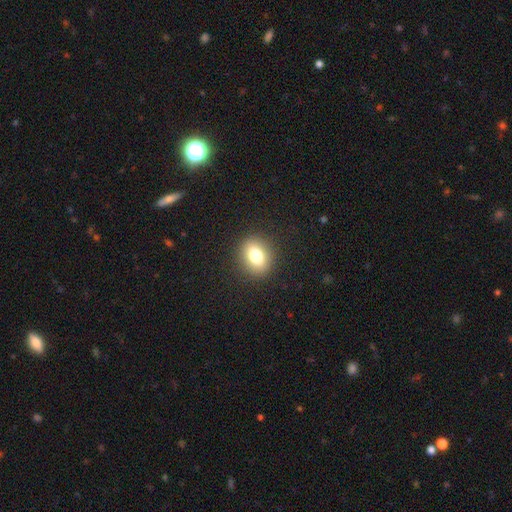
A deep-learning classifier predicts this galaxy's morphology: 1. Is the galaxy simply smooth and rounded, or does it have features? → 79% smooth, 11% featured or disk, 11% star or artifact.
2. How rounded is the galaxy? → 50% in between, 49% round, 1% cigar-shaped.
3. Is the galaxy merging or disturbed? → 89% none, 7% minor disturbance, 3% major disturbance, 1% merger.